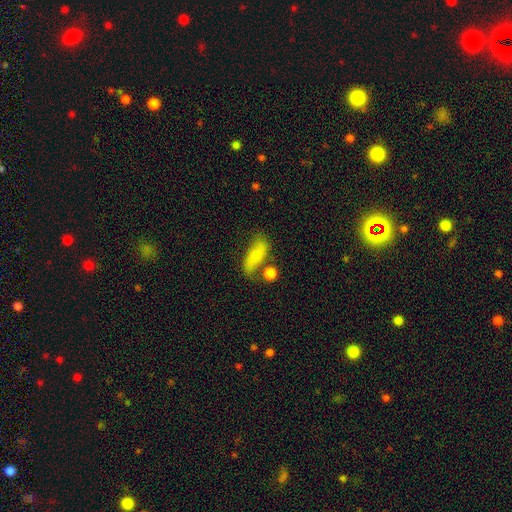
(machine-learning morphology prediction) This appears to be a smooth galaxy with no disk features (58%) that is in between round and cigar-shaped (74%). Merging: none (54%).